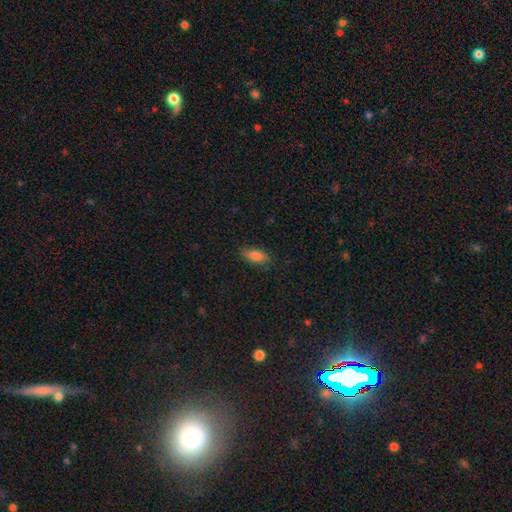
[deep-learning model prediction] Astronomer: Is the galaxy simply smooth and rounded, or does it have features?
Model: smooth — 83%.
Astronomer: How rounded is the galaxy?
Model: in between — 83%.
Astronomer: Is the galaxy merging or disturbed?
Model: none — 78%.